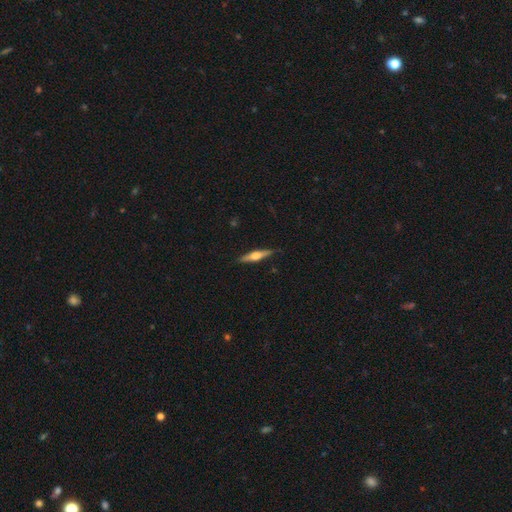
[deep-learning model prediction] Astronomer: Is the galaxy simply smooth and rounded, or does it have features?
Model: featured or disk — 62%.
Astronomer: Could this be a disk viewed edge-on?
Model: yes — 97%.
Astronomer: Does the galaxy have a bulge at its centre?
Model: rounded — 92%.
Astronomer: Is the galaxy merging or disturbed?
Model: none — 89%.